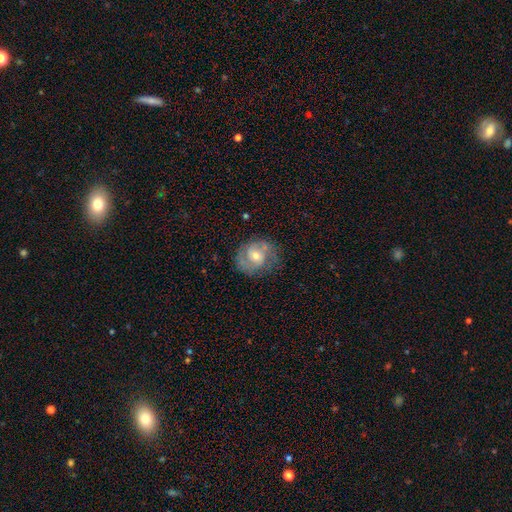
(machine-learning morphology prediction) Q: Smooth or featured?
A: featured or disk (62%); runner-up: smooth (31%)
Q: Edge-on disk?
A: no (97%); runner-up: yes (3%)
Q: Bar?
A: no (52%); runner-up: weak (38%)
Q: Spiral arms?
A: yes (78%); runner-up: no (22%)
Q: Bulge size?
A: moderate (54%); runner-up: small (40%)
Q: Merging?
A: none (64%); runner-up: minor disturbance (22%)